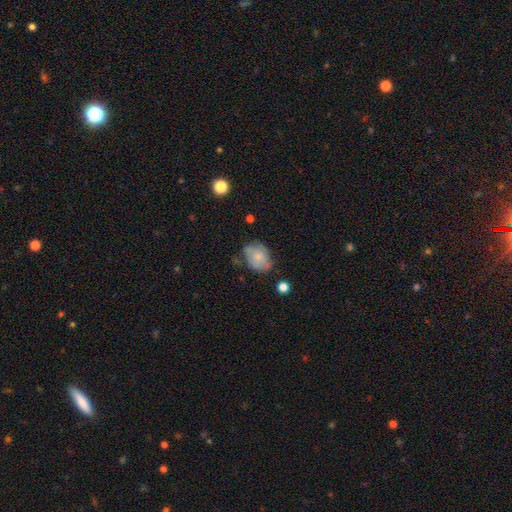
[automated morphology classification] smooth_or_featured: smooth (p=0.65) [alt: featured or disk p=0.27]
how_rounded: in between (p=0.65) [alt: round p=0.34]
merging: none (p=0.51) [alt: minor disturbance p=0.32]